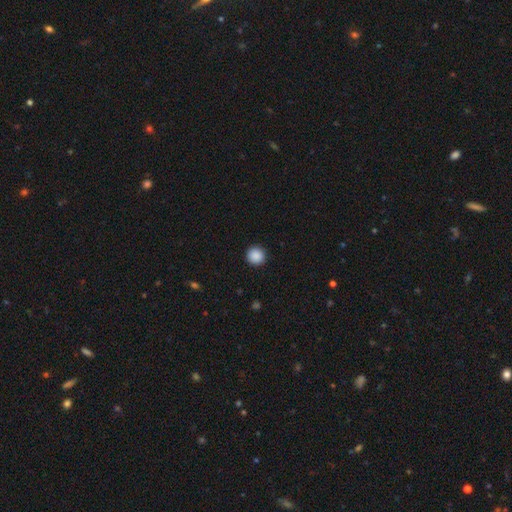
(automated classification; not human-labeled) Morphology: type=smooth (89%); roundness=round (94%); merging=none (93%).